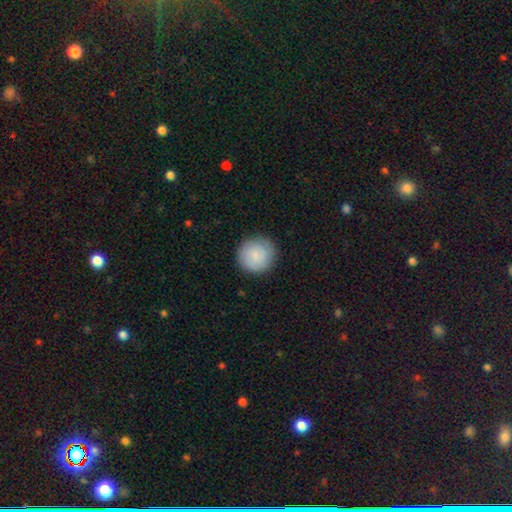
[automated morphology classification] Overall: smooth (86%). How rounded: round (94%). Merging: none (88%).